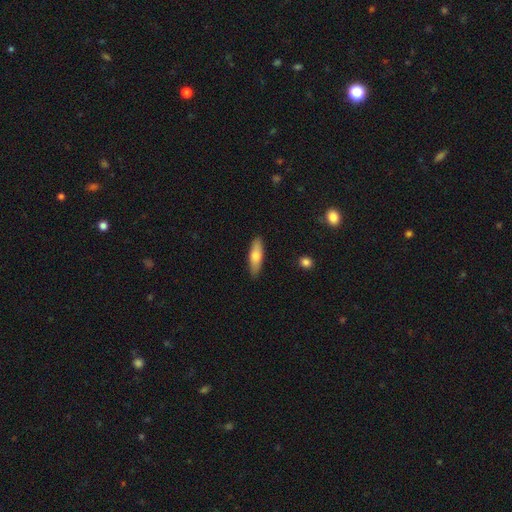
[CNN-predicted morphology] smooth_or_featured: smooth (p=0.74) [alt: featured or disk p=0.21]
how_rounded: cigar-shaped (p=0.51) [alt: in between p=0.47]
merging: none (p=0.88) [alt: minor disturbance p=0.09]